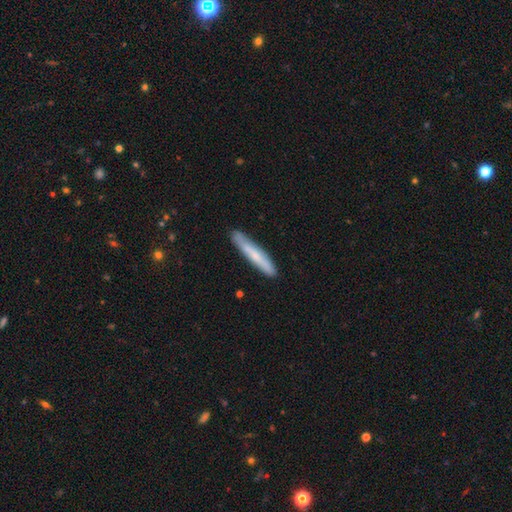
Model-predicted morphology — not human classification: Smooth or featured: smooth — 63% (featured or disk — 31%)
How rounded: cigar-shaped — 94% (in between — 5%)
Merging: none — 87% (minor disturbance — 10%)